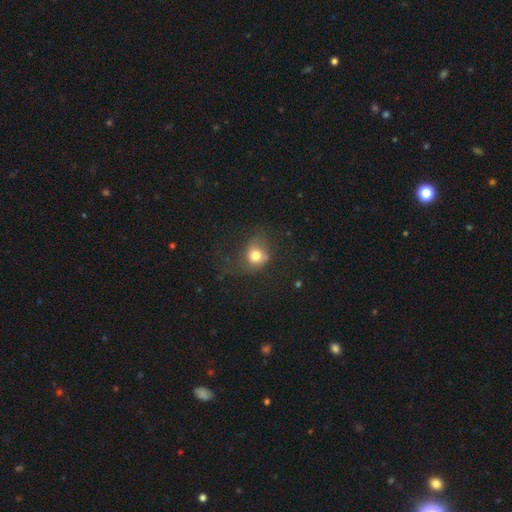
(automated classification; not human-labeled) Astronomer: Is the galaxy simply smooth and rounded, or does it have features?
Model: smooth — 74%.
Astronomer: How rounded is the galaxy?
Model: round — 69%.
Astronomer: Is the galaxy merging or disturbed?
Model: none — 48% (runner-up: minor disturbance, 26%).